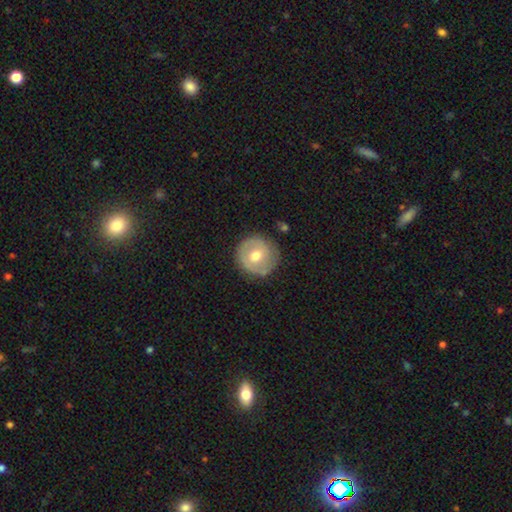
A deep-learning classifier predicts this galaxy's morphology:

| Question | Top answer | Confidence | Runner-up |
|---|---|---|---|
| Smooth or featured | smooth | 51% | featured or disk (43%) |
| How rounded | round | 93% | in between (6%) |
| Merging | none | 82% | minor disturbance (13%) |